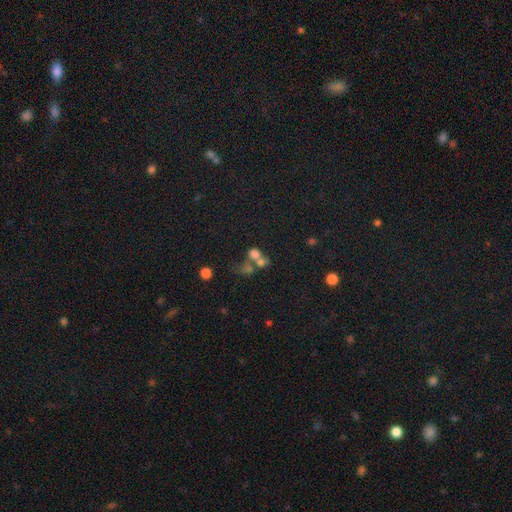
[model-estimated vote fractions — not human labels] Smooth or featured?
  - smooth: 64% *
  - featured or disk: 18%
  - star or artifact: 18%
How rounded?
  - round: 64% *
  - in between: 34%
  - cigar-shaped: 2%
Merging?
  - merger: 59% *
  - none: 24%
  - major disturbance: 9%
  - minor disturbance: 7%